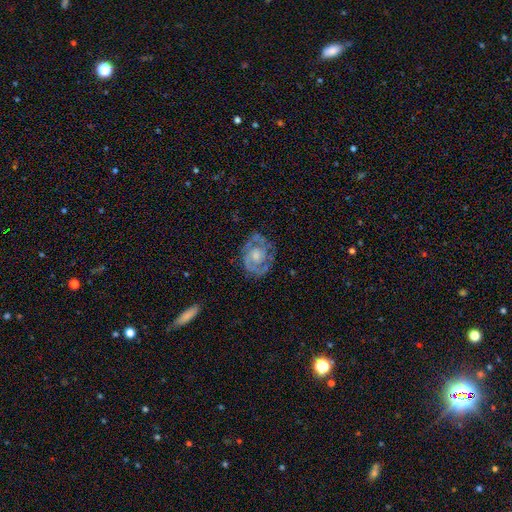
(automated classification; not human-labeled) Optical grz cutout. It shows a featured or disk galaxy (76%) with no bar (76%), 2 (57%) tight (49%) spiral arms (83%) and a moderate central bulge (46%). Merging: none (66%).